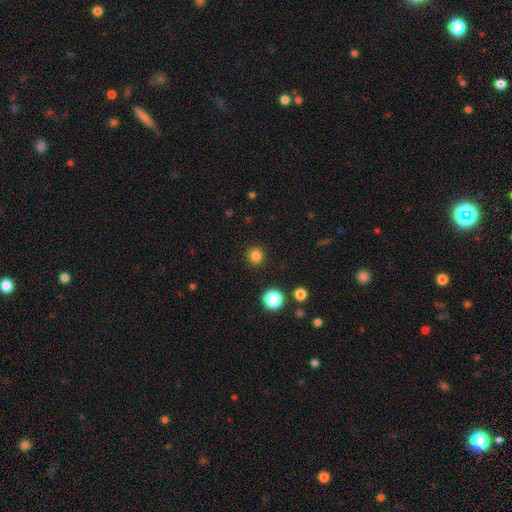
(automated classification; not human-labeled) A smooth galaxy with no disk features (83%) that is round (92%). Merging: none (91%).